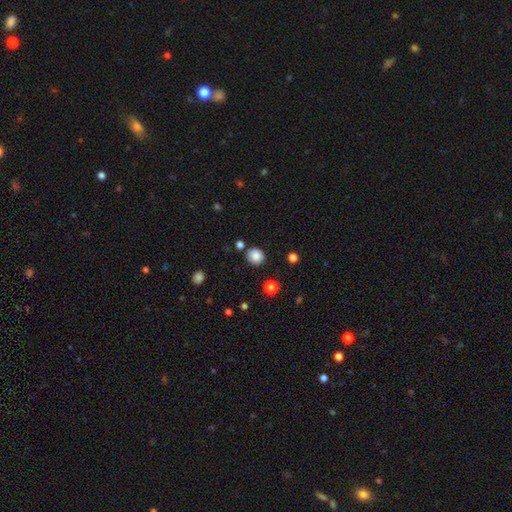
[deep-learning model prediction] Overall: smooth (85%). How rounded: round (84%). Merging: none (83%).